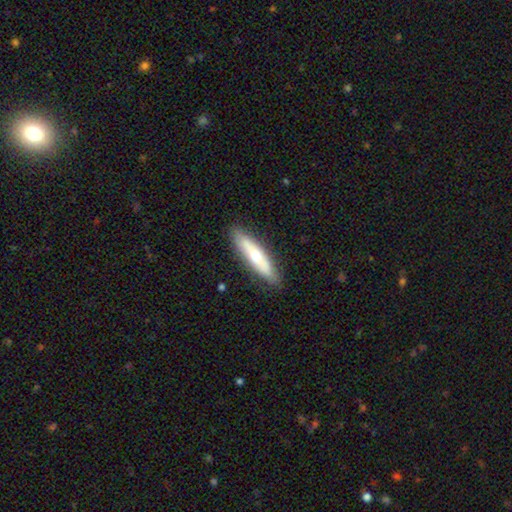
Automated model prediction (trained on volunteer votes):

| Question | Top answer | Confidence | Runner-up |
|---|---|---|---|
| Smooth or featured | smooth | 53% | featured or disk (41%) |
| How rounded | cigar-shaped | 78% | in between (20%) |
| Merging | none | 85% | minor disturbance (11%) |